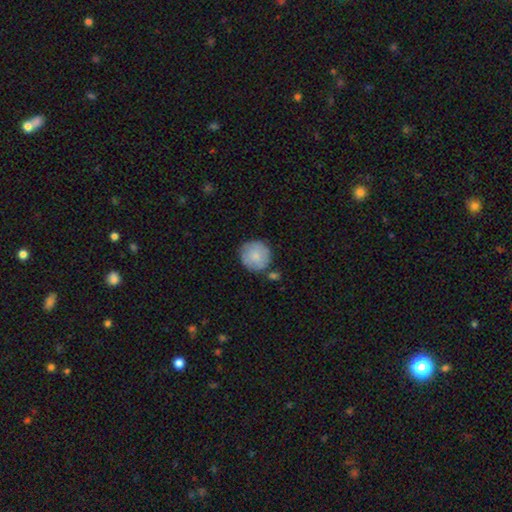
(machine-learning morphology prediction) The model was most divided on "merging": none: 72%, minor disturbance: 16%, merger: 8%, major disturbance: 4%. More confident: how rounded — round (94%); smooth or featured — smooth (80%).